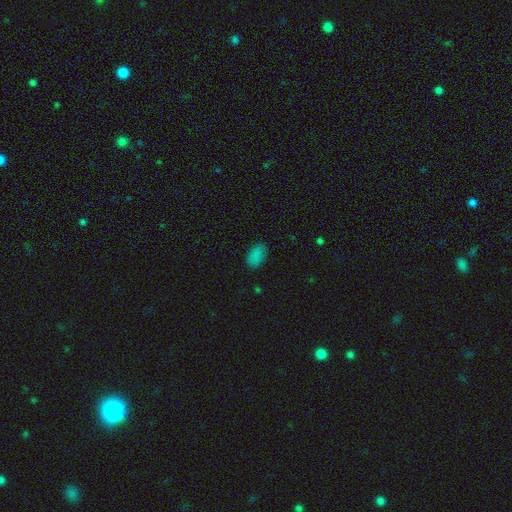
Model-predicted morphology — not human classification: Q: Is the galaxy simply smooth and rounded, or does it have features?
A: smooth — 83%.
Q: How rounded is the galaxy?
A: in between — 93%.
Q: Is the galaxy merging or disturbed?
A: none — 83%.